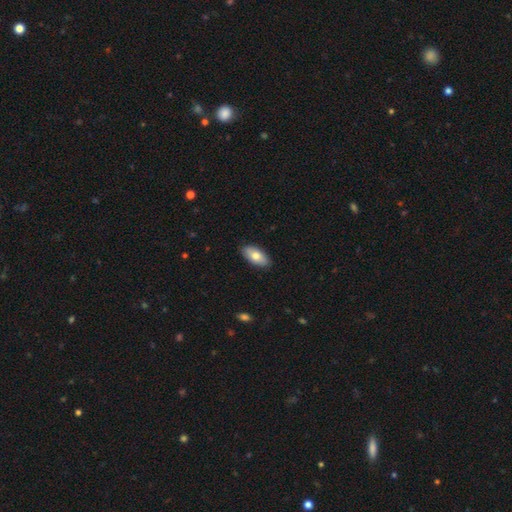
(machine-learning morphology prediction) smooth-or-featured: smooth: 74% | featured or disk: 20% | star or artifact: 6%
  how-rounded: in between: 91% | cigar-shaped: 6% | round: 3%
  merging: none: 89% | minor disturbance: 9% | major disturbance: 2% | merger: 1%